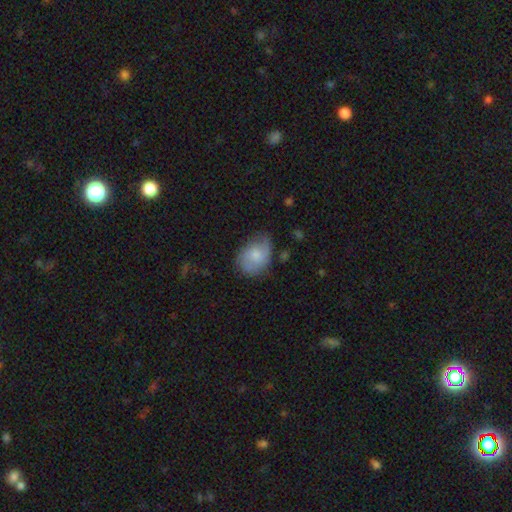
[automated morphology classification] This appears to be a smooth galaxy with no disk features (64%) that is in between round and cigar-shaped (70%). Merging: none (54%).